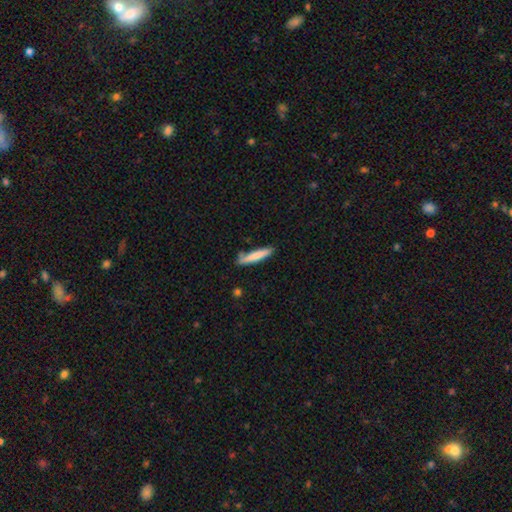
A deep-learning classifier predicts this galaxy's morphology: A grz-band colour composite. It shows a smooth galaxy with no disk features (76%) that is cigar-shaped (90%). Merging: none (77%).